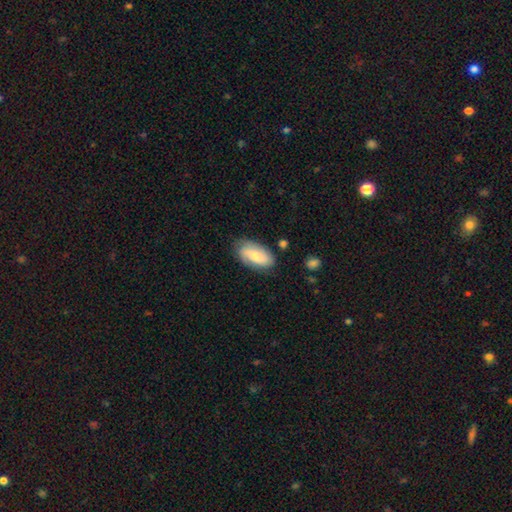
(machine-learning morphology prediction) smooth_or_featured: smooth (p=0.58) [alt: featured or disk p=0.36]
how_rounded: in between (p=0.92) [alt: cigar-shaped p=0.05]
merging: none (p=0.77) [alt: minor disturbance p=0.17]